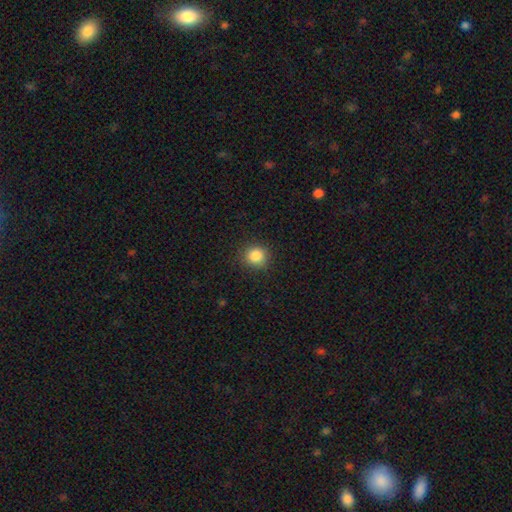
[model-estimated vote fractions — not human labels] The model was most divided on "smooth or featured": smooth: 85%, star or artifact: 11%, featured or disk: 4%. More confident: merging — none (89%); how rounded — round (88%).